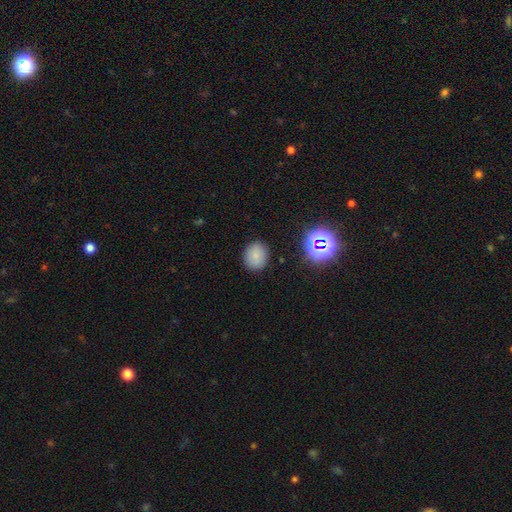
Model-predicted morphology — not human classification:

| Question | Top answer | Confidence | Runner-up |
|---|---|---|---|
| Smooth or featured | smooth | 79% | star or artifact (14%) |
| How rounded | round | 68% | in between (31%) |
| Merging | none | 88% | minor disturbance (8%) |